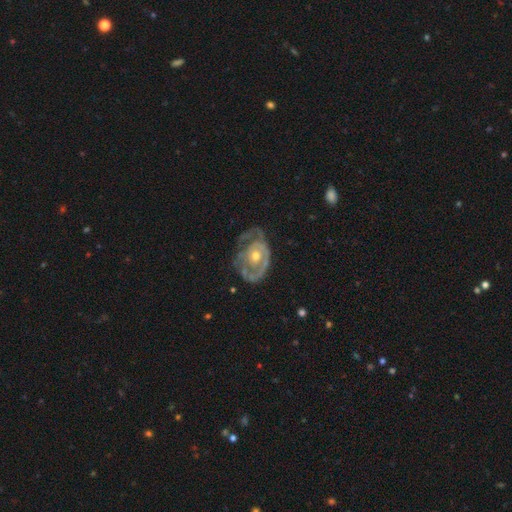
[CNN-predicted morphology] Overall: featured or disk (77%). Edge-on disk: no (96%). Bar: no (83%). Spiral arms: yes (64%; no 36%). Bulge size: moderate (58%; small 36%). Merging: none (41%; major disturbance 30%).